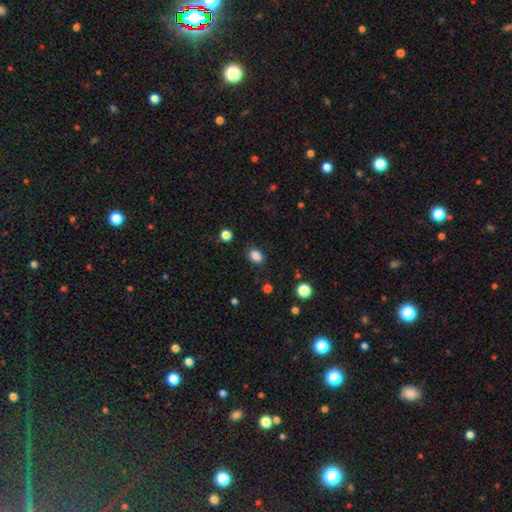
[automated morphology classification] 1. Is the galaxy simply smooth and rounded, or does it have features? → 86% smooth, 10% star or artifact, 4% featured or disk.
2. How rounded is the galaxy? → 71% in between, 28% round, 1% cigar-shaped.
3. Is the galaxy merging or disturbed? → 84% none, 11% minor disturbance, 3% major disturbance, 1% merger.